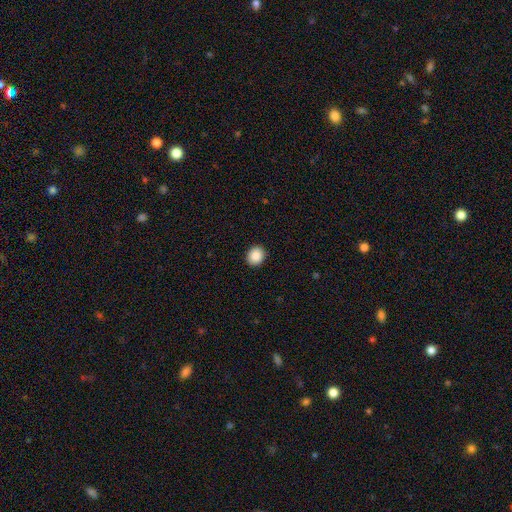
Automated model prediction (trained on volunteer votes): The model was most divided on "how rounded": round: 70%, in between: 29%, cigar-shaped: 1%. More confident: merging — none (91%); smooth or featured — smooth (88%).